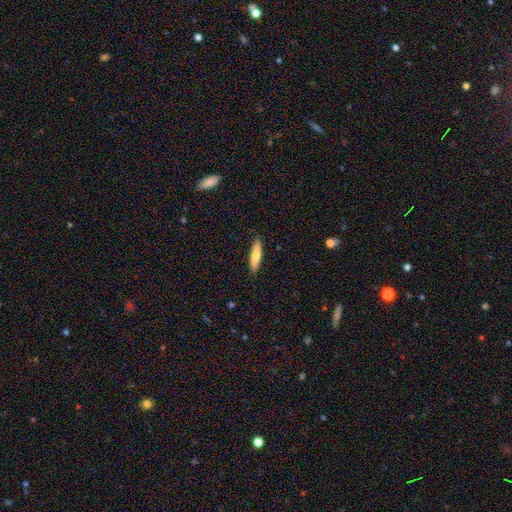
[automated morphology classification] smooth 70%, featured or disk 24%, star or artifact 6%. Down the decision tree: how rounded — cigar-shaped (75%); merging — none (89%).